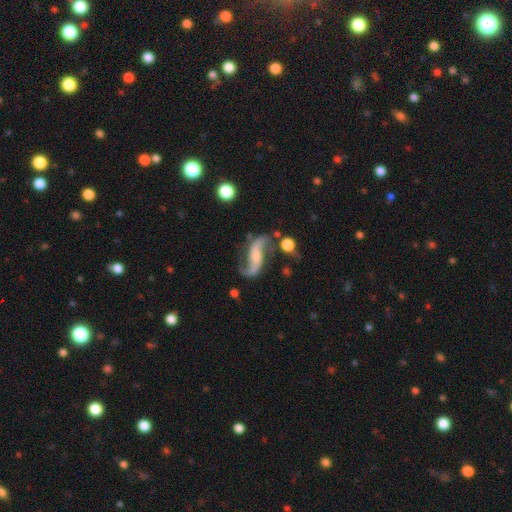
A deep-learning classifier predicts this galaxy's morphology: Q: Smooth or featured?
A: featured or disk (88%); runner-up: smooth (6%)
Q: Edge-on disk?
A: no (96%); runner-up: yes (4%)
Q: Bar?
A: no (44%); runner-up: weak (35%)
Q: Spiral arms?
A: yes (97%); runner-up: no (3%)
Q: Spiral winding?
A: loose (80%); runner-up: medium (16%)
Q: Spiral arm count?
A: 2 (93%); runner-up: 1 (2%)
Q: Bulge size?
A: small (39%); runner-up: none (27%)
Q: Merging?
A: none (66%); runner-up: minor disturbance (16%)